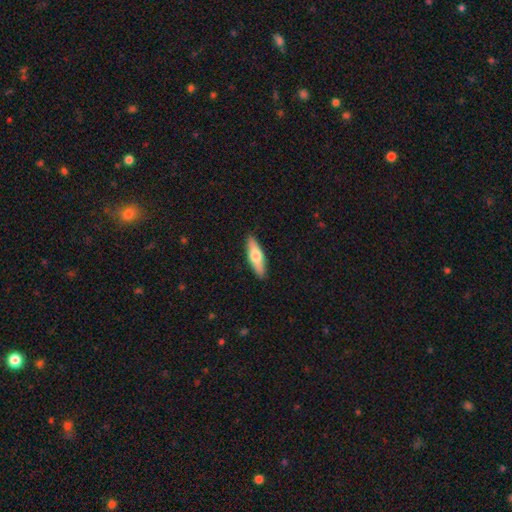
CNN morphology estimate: Overall: smooth (60%; featured or disk 35%). How rounded: cigar-shaped (59%; in between 39%). Merging: none (90%).